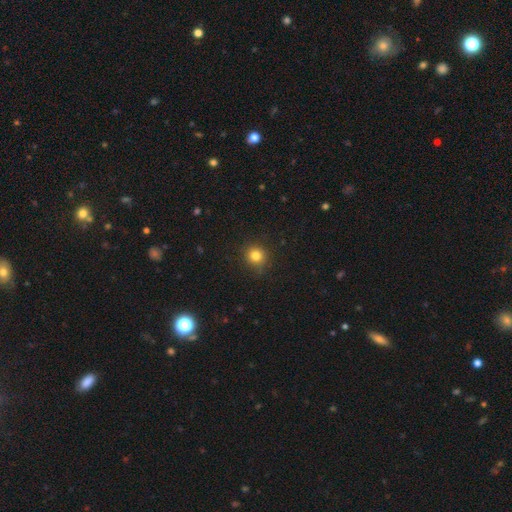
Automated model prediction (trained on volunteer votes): Morphology: type=smooth (81%); roundness=round (92%); merging=none (88%).